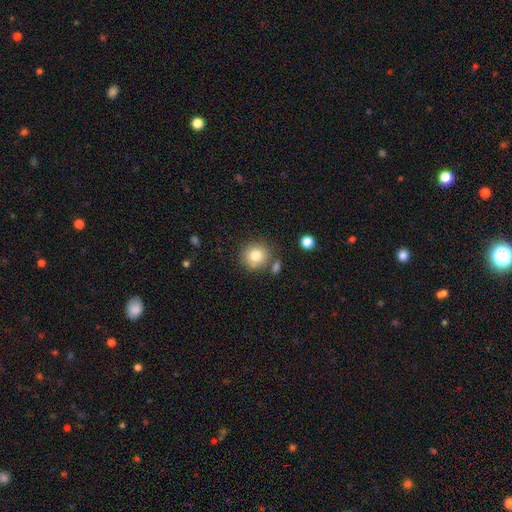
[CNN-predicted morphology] Smooth or featured: smooth — 80% (star or artifact — 10%)
How rounded: round — 90% (in between — 9%)
Merging: none — 76% (minor disturbance — 11%)